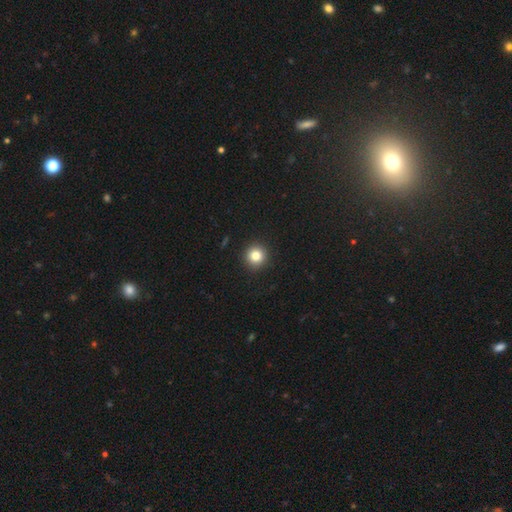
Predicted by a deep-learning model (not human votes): This is clearly a smooth galaxy (82%). How rounded: clearly round (95%). Merging: clearly none (93%).